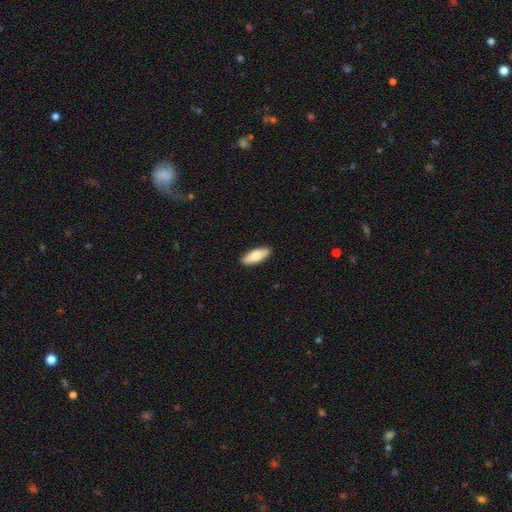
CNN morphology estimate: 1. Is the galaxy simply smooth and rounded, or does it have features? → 78% smooth, 16% featured or disk, 5% star or artifact.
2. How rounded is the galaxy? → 70% in between, 28% cigar-shaped, 2% round.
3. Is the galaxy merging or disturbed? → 91% none, 7% minor disturbance, 1% major disturbance, 1% merger.